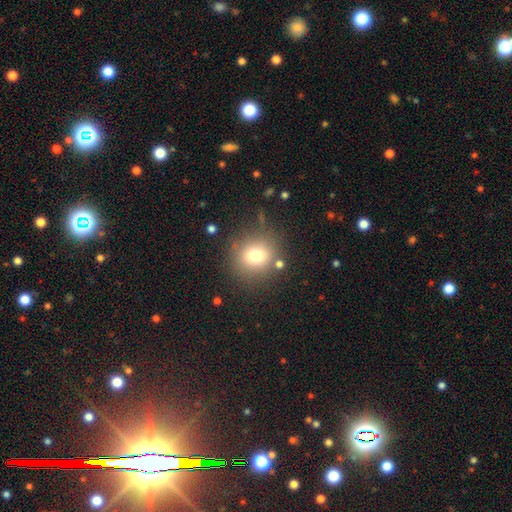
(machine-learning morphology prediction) Smooth or featured: smooth — 73% (star or artifact — 15%)
How rounded: round — 87% (in between — 12%)
Merging: none — 79% (minor disturbance — 10%)